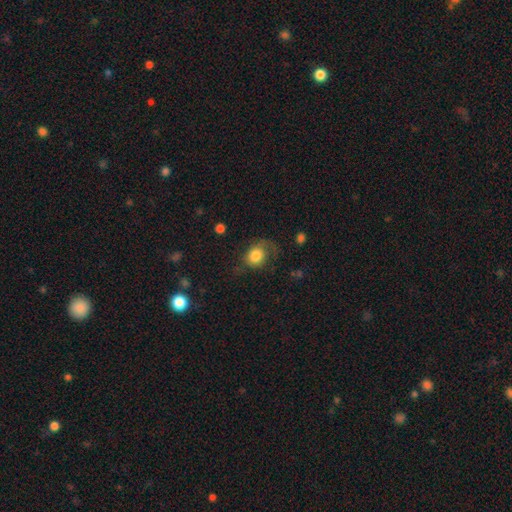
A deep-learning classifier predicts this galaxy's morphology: smooth-or-featured: smooth: 73% | featured or disk: 19% | star or artifact: 9%
  how-rounded: round: 64% | in between: 35% | cigar-shaped: 1%
  merging: none: 47% | major disturbance: 26% | minor disturbance: 26% | merger: 2%